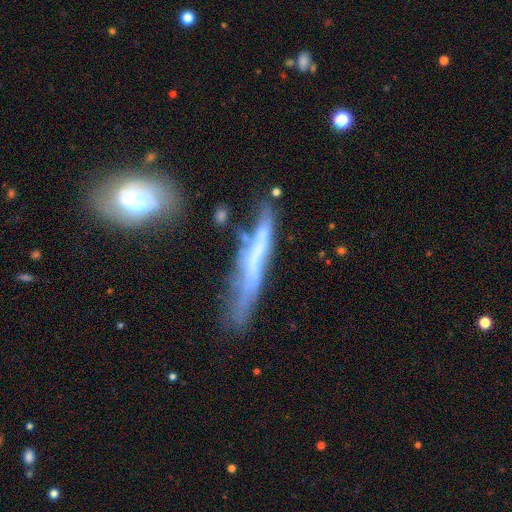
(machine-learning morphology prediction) Smooth or featured? Predicted: featured or disk (p=0.57). Edge-on disk? Predicted: yes (p=0.74). Merging? Predicted: none (p=0.42).